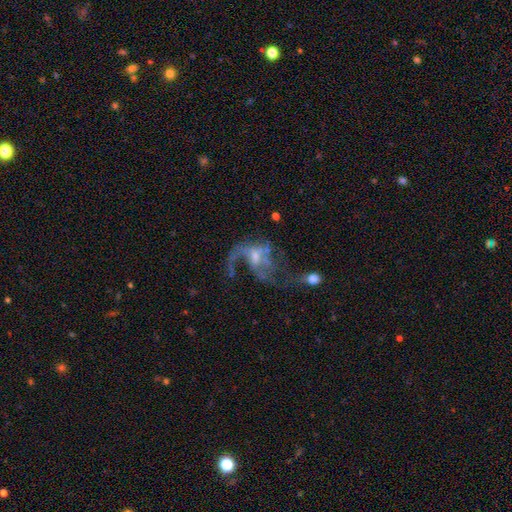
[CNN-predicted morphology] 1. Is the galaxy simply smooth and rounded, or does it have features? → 75% featured or disk, 14% smooth, 12% star or artifact.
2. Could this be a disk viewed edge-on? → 97% no, 3% yes.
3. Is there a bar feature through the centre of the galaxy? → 56% no, 35% weak, 9% strong.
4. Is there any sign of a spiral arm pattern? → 73% yes, 27% no.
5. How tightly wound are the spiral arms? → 70% loose, 24% medium, 6% tight.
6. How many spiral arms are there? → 37% 1, 31% 2, 16% can't tell, 9% 3, 3% 4, 3% more than 4.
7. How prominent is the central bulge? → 48% small, 34% moderate, 14% none, 3% large, 1% dominant.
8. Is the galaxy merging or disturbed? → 50% major disturbance, 25% none, 13% merger, 12% minor disturbance.